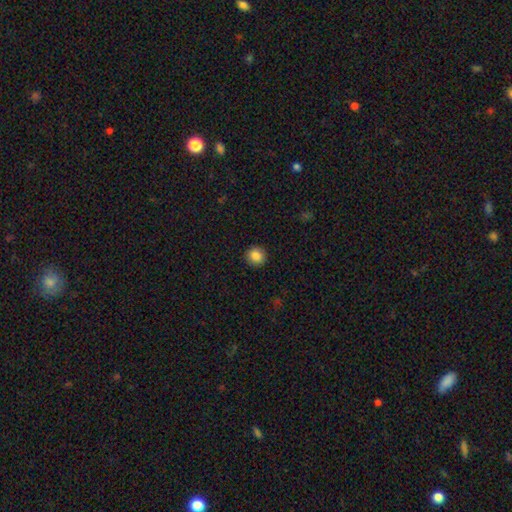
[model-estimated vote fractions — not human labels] A smooth galaxy with no disk features (86%) that is round (91%). Merging: none (93%).